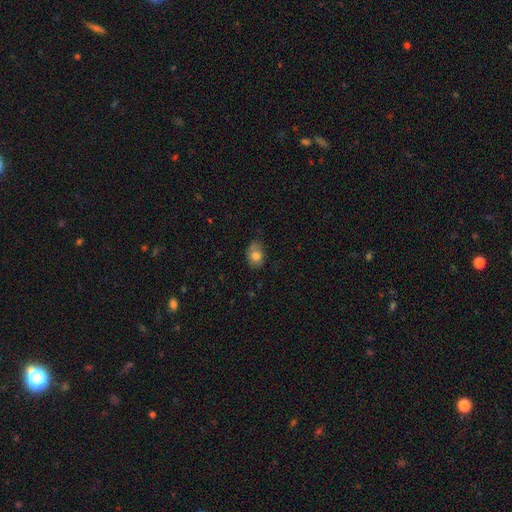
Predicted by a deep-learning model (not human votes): The model was most divided on "merging": none: 61%, minor disturbance: 31%, major disturbance: 6%, merger: 2%. More confident: smooth or featured — smooth (79%); how rounded — in between (71%).